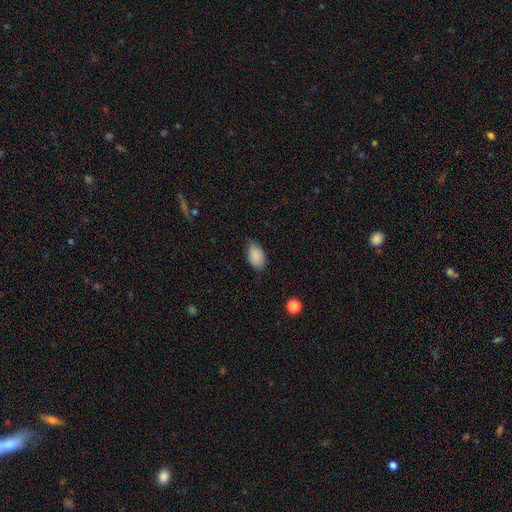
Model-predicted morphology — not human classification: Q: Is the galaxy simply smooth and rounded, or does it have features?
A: smooth — 87%.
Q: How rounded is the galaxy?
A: in between — 92%.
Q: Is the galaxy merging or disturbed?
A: none — 72%.